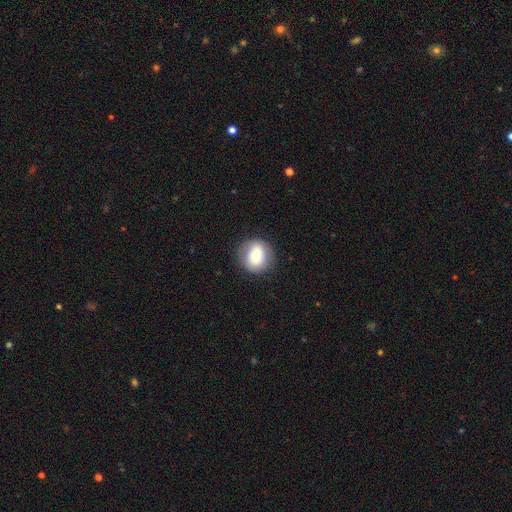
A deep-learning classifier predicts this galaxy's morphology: A smooth galaxy with no disk features (67%) that is round (85%).

Vote fractions:
- Smooth or featured? smooth: 67% / featured or disk: 24% / star or artifact: 9%
- How rounded? round: 85% / in between: 14% / cigar-shaped: 1%
- Merging? none: 85% / minor disturbance: 10% / major disturbance: 4% / merger: 1%